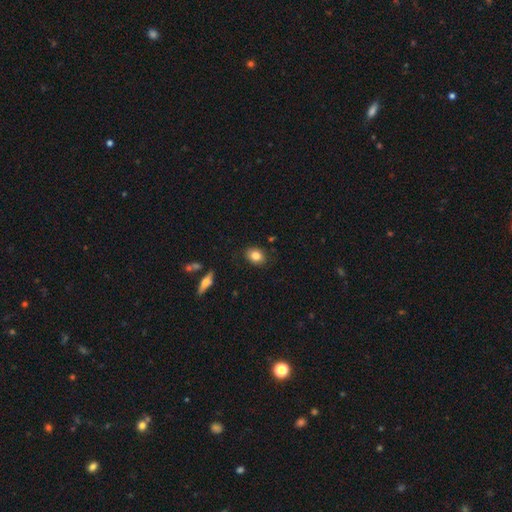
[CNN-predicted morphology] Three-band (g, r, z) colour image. It shows a smooth galaxy with no disk features (83%) that is in between round and cigar-shaped (66%). Merging: none (86%).